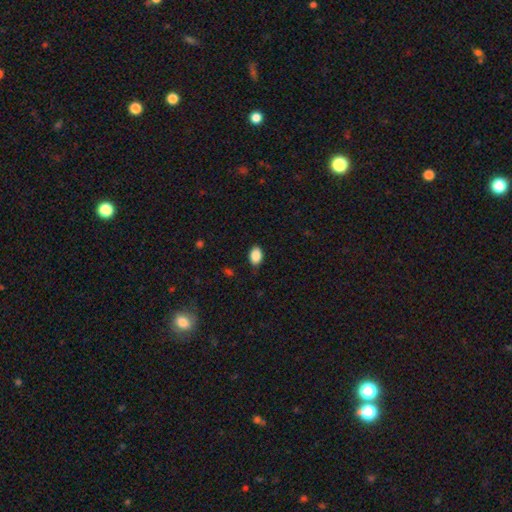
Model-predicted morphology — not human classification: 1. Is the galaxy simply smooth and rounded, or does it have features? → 88% smooth, 8% star or artifact, 4% featured or disk.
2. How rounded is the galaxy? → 82% in between, 16% round, 1% cigar-shaped.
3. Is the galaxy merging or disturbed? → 83% none, 14% minor disturbance, 3% major disturbance, 1% merger.